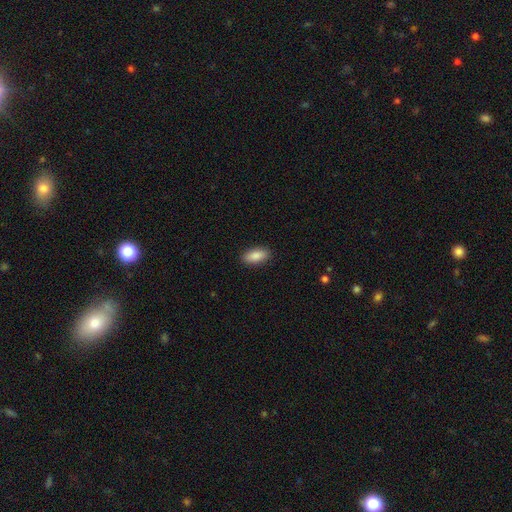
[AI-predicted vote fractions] A smooth galaxy with no disk features (88%) that is in between round and cigar-shaped (89%).

Vote fractions:
- Smooth or featured? smooth: 88% / star or artifact: 6% / featured or disk: 6%
- How rounded? in between: 89% / cigar-shaped: 9% / round: 3%
- Merging? none: 89% / minor disturbance: 8% / major disturbance: 2% / merger: 1%